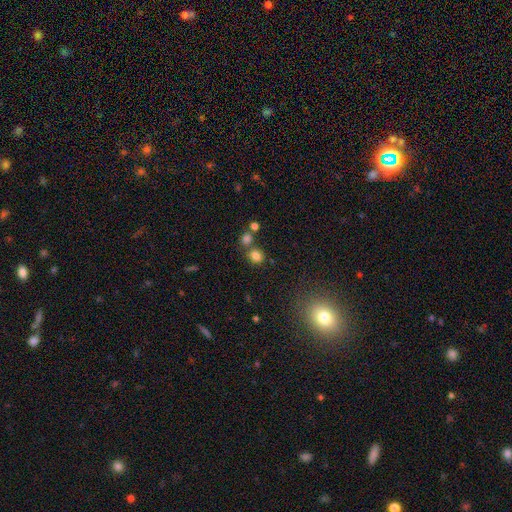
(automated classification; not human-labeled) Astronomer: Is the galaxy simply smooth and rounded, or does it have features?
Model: smooth — 79%.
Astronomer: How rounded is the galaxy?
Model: round — 69%.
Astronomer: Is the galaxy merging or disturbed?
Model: none — 67%.